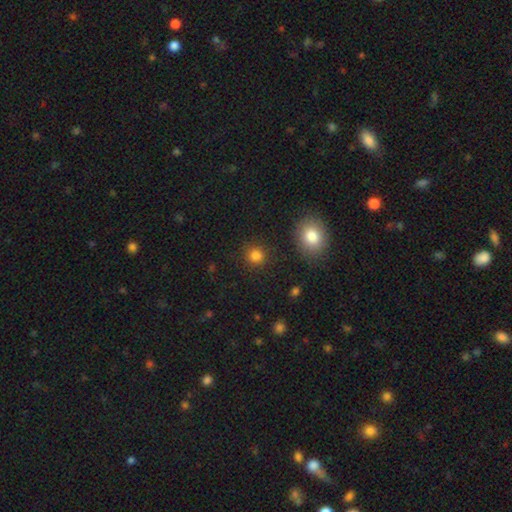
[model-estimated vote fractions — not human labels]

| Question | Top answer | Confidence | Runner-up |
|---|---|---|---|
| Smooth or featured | smooth | 83% | star or artifact (13%) |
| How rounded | round | 89% | in between (10%) |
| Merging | none | 87% | minor disturbance (7%) |